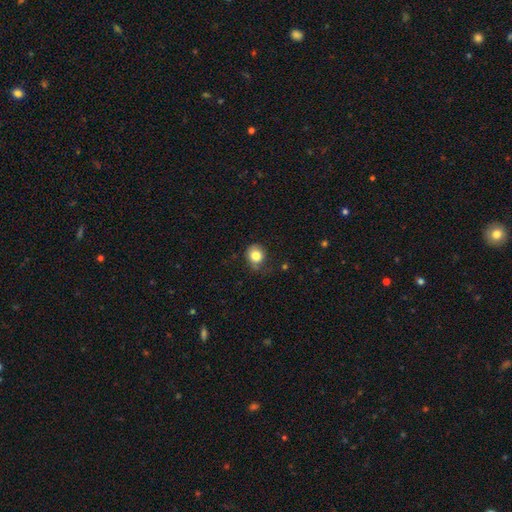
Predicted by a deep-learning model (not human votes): Smooth or featured: smooth — 82% (star or artifact — 10%)
How rounded: round — 78% (in between — 21%)
Merging: none — 62% (minor disturbance — 26%)